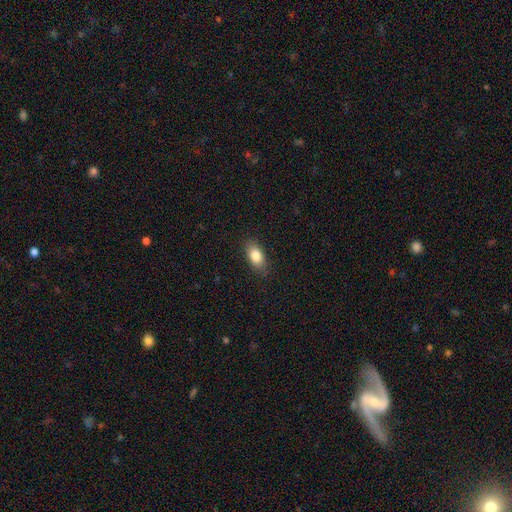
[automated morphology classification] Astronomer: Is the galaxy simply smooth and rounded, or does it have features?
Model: smooth — 84%.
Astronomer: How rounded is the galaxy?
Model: in between — 89%.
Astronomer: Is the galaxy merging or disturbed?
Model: none — 85%.